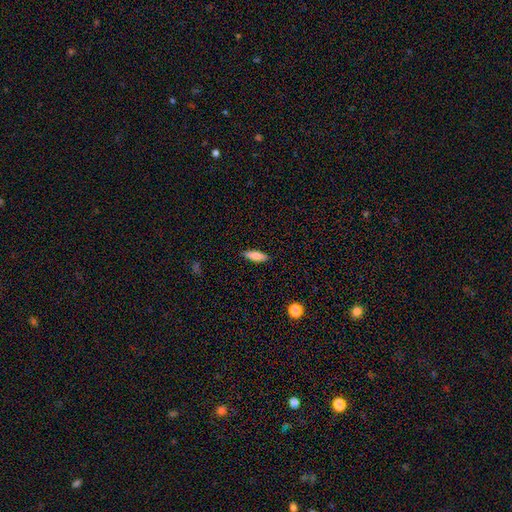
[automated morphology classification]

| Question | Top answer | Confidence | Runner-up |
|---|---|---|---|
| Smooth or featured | smooth | 80% | featured or disk (13%) |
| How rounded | in between | 52% | cigar-shaped (46%) |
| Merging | none | 87% | minor disturbance (10%) |